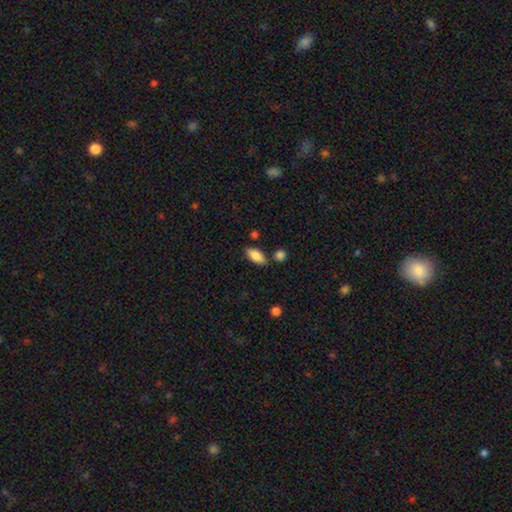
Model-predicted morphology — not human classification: Smooth or featured? Predicted: smooth (p=0.84). How rounded? Predicted: in between (p=0.85). Merging? Predicted: none (p=0.78).